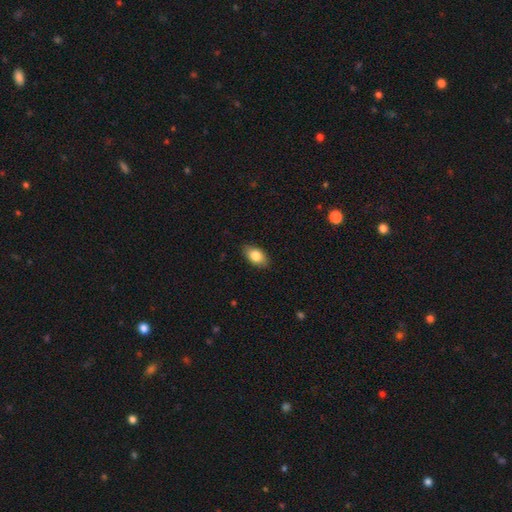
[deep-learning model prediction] This is clearly a smooth galaxy (83%). How rounded: clearly in between (90%). Merging: clearly none (86%).